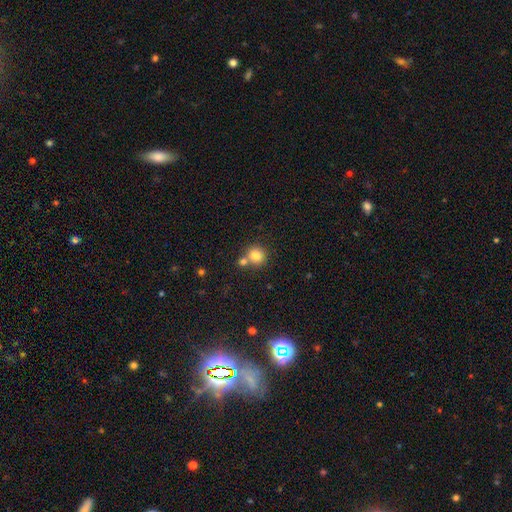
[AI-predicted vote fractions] Q: Smooth or featured?
A: smooth (80%); runner-up: star or artifact (11%)
Q: How rounded?
A: round (90%); runner-up: in between (9%)
Q: Merging?
A: none (60%); runner-up: merger (30%)